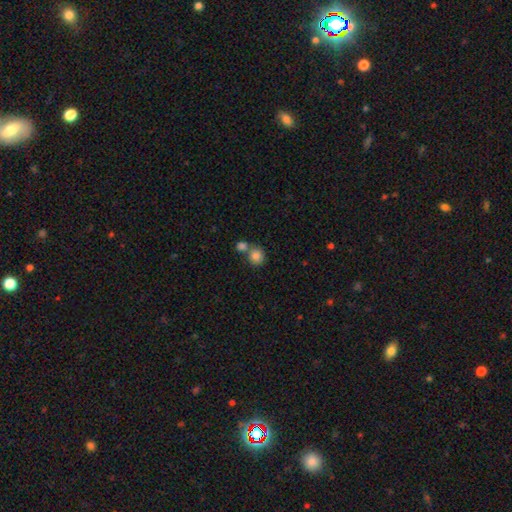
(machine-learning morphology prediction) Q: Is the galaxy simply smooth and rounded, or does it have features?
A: smooth — 84%.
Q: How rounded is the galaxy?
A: round — 85%.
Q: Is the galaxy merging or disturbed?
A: none — 53%.